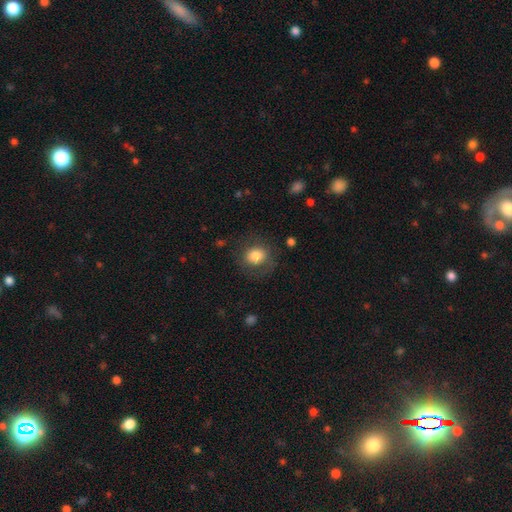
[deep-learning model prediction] Overall: smooth (79%). How rounded: round (74%). Merging: none (71%).